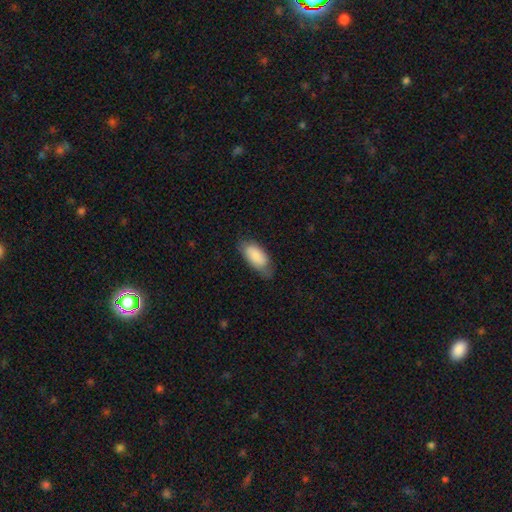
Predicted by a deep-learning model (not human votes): smooth-or-featured: smooth: 84% | featured or disk: 10% | star or artifact: 6%
  how-rounded: in between: 90% | cigar-shaped: 8% | round: 2%
  merging: none: 64% | minor disturbance: 28% | major disturbance: 6% | merger: 1%